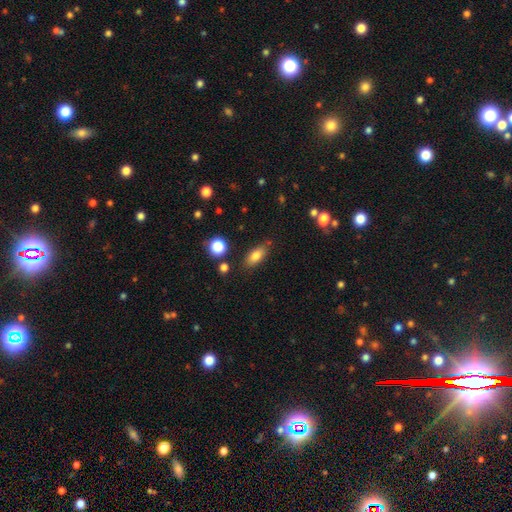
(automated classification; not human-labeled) Smooth or featured: smooth — 80% (featured or disk — 11%)
How rounded: in between — 82% (cigar-shaped — 12%)
Merging: none — 78% (minor disturbance — 14%)